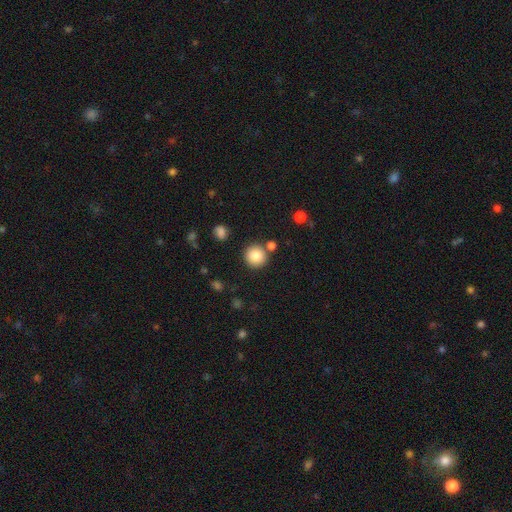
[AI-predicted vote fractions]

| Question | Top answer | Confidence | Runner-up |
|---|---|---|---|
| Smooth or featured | smooth | 83% | star or artifact (10%) |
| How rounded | round | 94% | in between (5%) |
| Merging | none | 81% | merger (9%) |